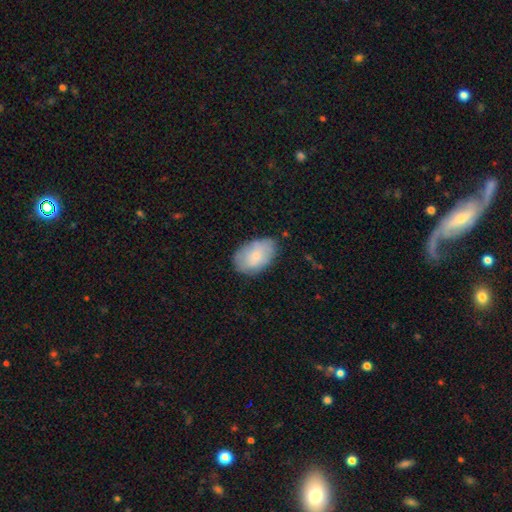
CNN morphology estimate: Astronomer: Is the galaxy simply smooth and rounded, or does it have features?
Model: smooth — 72%.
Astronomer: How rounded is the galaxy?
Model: in between — 90%.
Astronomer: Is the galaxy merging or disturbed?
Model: none — 72%.